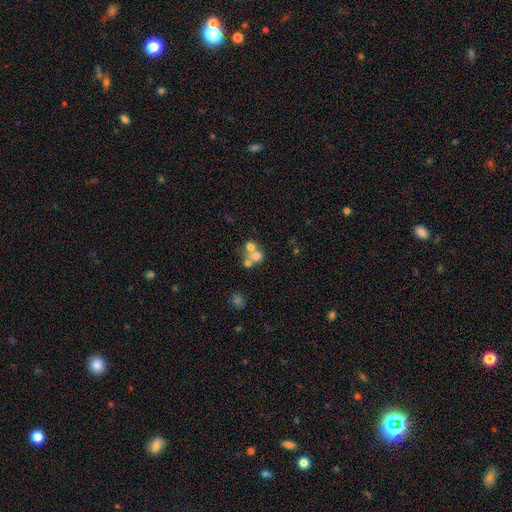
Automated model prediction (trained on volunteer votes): Smooth or featured?
  - smooth: 61% *
  - featured or disk: 25%
  - star or artifact: 14%
How rounded?
  - round: 76% *
  - in between: 23%
  - cigar-shaped: 1%
Merging?
  - merger: 62% *
  - none: 28%
  - minor disturbance: 6%
  - major disturbance: 4%